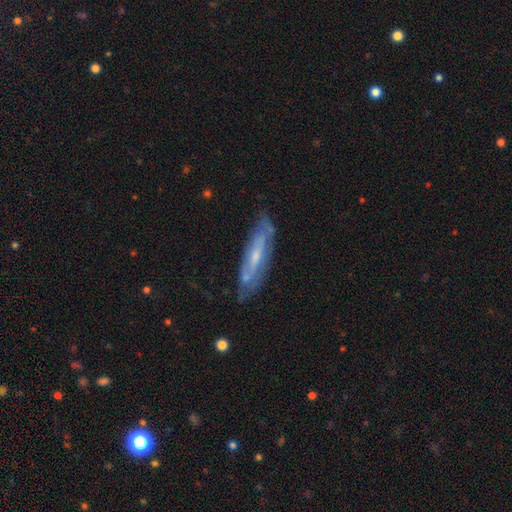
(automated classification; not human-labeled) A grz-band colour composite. It shows a featured or disk galaxy (69%). Merging: none (73%).